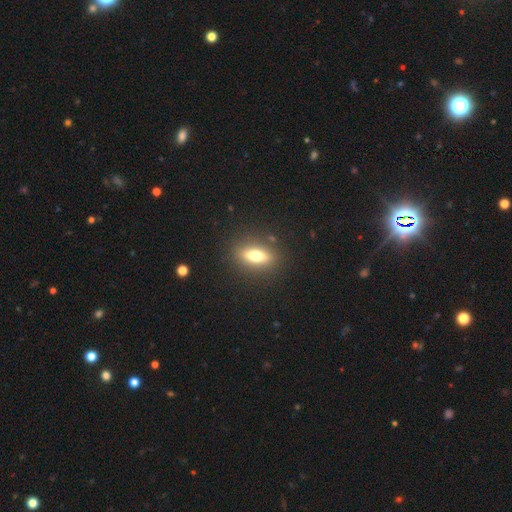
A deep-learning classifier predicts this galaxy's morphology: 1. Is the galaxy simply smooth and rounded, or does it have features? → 65% smooth, 26% featured or disk, 10% star or artifact.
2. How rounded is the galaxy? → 67% in between, 26% cigar-shaped, 7% round.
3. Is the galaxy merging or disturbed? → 86% none, 9% minor disturbance, 3% major disturbance, 2% merger.